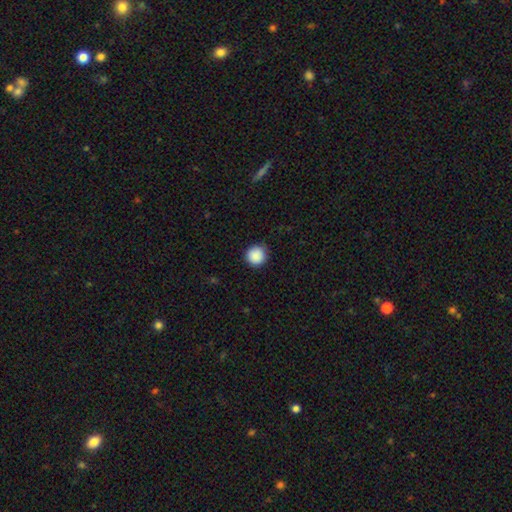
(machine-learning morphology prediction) A smooth galaxy with no disk features (89%) that is round (95%).

Vote fractions:
- Smooth or featured? smooth: 89% / star or artifact: 8% / featured or disk: 3%
- How rounded? round: 95% / in between: 4% / cigar-shaped: 1%
- Merging? none: 89% / minor disturbance: 8% / major disturbance: 2% / merger: 1%